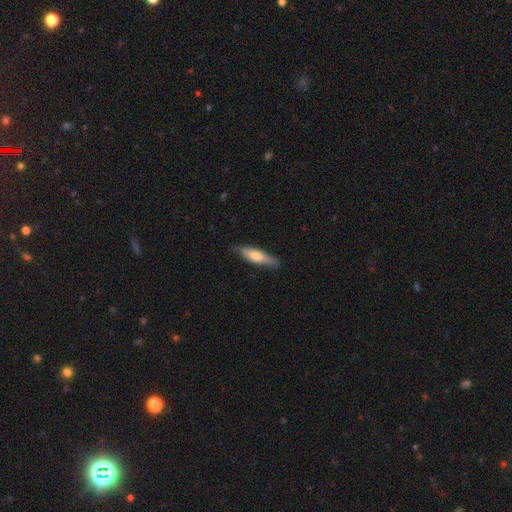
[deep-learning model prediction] Overall: smooth (64%; featured or disk 31%). How rounded: cigar-shaped (67%; in between 32%). Merging: none (78%).